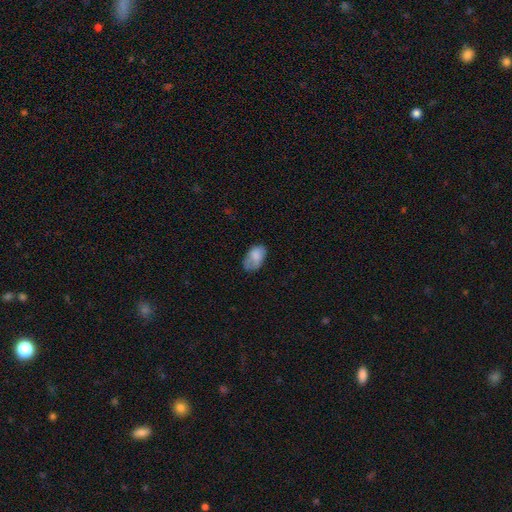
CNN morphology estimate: Smooth or featured: smooth — 78% (featured or disk — 14%)
How rounded: in between — 91% (round — 7%)
Merging: none — 53% (minor disturbance — 32%)